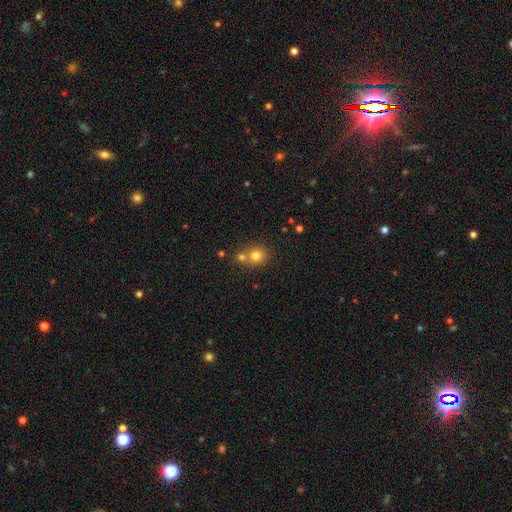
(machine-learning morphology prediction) smooth 78%, star or artifact 13%, featured or disk 9%. Down the decision tree: how rounded — round (82%); merging — none (56%).